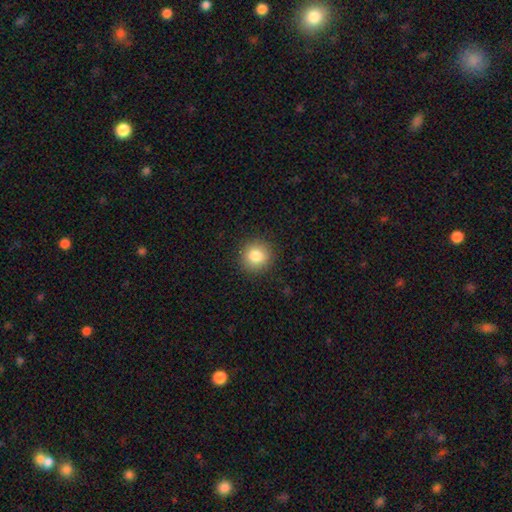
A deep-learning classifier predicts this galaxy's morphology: A smooth galaxy with no disk features (83%) that is round (92%). Merging: none (91%).